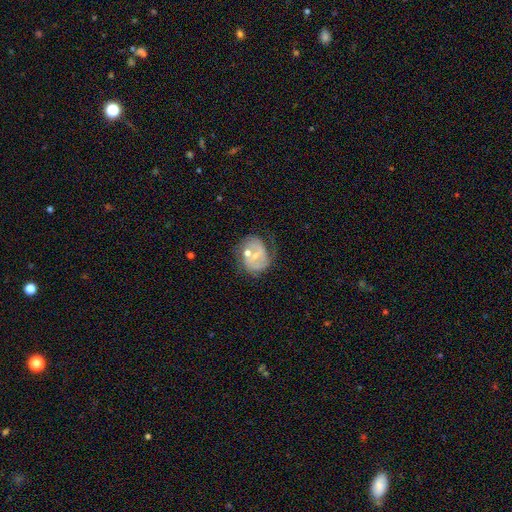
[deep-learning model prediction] The model was most divided on "bulge size": small: 53%, moderate: 38%, none: 4%, large: 2%, dominant: 1%. Remaining: edge-on disk — no (97%); spiral arms — yes (71%); smooth or featured — featured or disk (61%); bar — no (52%); merging — none (46%).